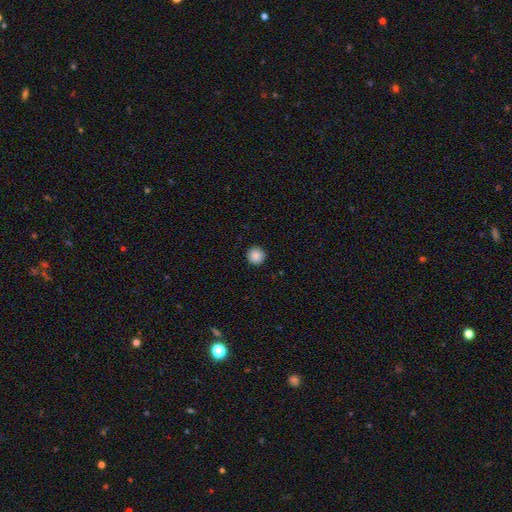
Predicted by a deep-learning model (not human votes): Smooth or featured: smooth — 88% (star or artifact — 9%)
How rounded: round — 95% (in between — 4%)
Merging: none — 92% (minor disturbance — 6%)